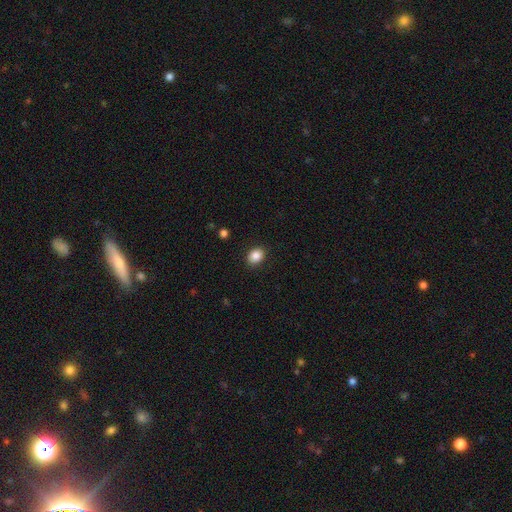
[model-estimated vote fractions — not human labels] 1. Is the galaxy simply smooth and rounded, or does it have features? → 87% smooth, 9% star or artifact, 4% featured or disk.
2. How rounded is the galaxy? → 59% in between, 40% round, 1% cigar-shaped.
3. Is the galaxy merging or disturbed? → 88% none, 8% minor disturbance, 2% major disturbance, 1% merger.